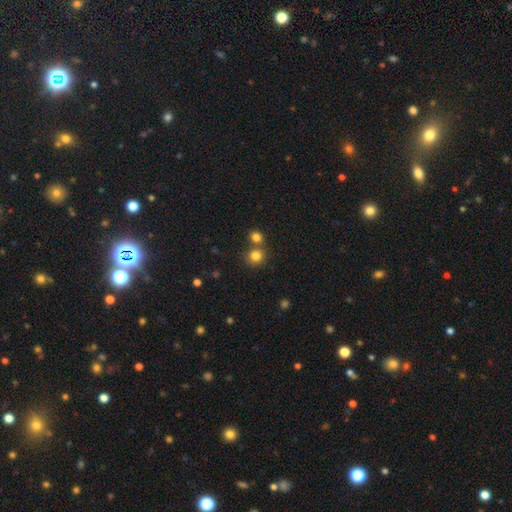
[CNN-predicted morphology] smooth-or-featured: smooth: 82% | star or artifact: 12% | featured or disk: 6%
  how-rounded: round: 85% | in between: 14% | cigar-shaped: 1%
  merging: none: 62% | merger: 27% | minor disturbance: 8% | major disturbance: 3%